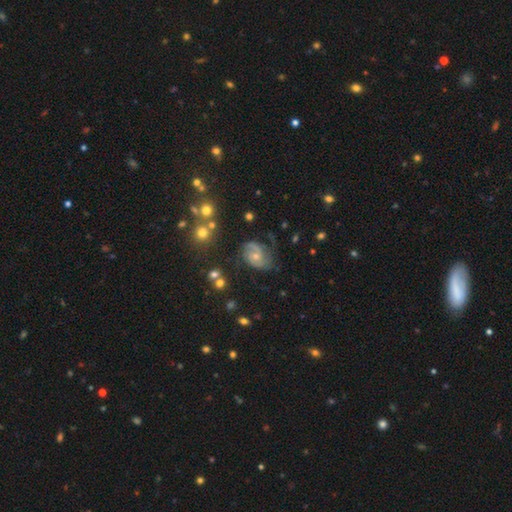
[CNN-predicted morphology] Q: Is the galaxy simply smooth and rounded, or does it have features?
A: featured or disk — 78%.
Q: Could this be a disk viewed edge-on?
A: no — 98%.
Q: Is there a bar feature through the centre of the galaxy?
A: no — 67%.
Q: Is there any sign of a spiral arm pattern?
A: yes — 94%.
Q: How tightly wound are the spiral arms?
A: medium — 44%.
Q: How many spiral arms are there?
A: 2 — 54%.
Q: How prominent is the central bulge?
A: small — 58%.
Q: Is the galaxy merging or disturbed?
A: none — 58%.